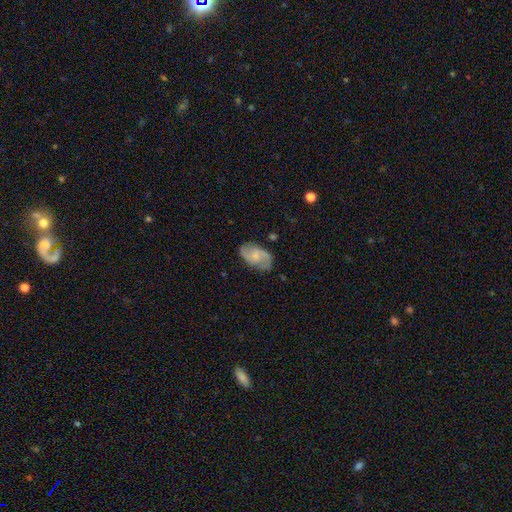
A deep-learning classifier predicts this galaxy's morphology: Overall: featured or disk (65%; smooth 28%). Edge-on disk: no (96%). Bar: no (57%; weak 37%). Spiral arms: yes (91%). Spiral arm count: 2 (83%). Spiral winding: medium (48%; loose 31%). Bulge size: small (57%; moderate 24%). Merging: none (74%).